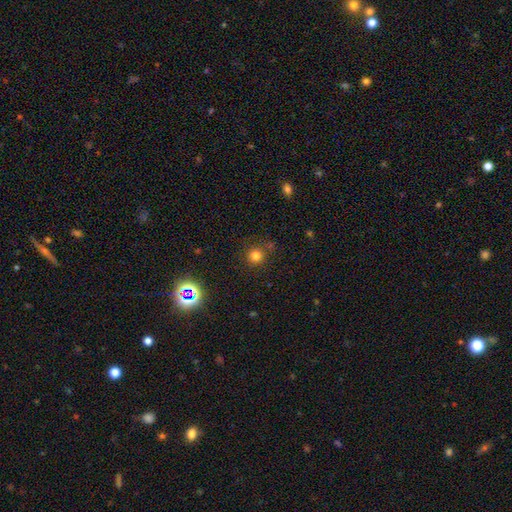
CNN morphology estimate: A smooth galaxy with no disk features (77%) that is round (93%).

Vote fractions:
- Smooth or featured? smooth: 77% / star or artifact: 18% / featured or disk: 6%
- How rounded? round: 93% / in between: 6% / cigar-shaped: 1%
- Merging? none: 81% / minor disturbance: 10% / merger: 5% / major disturbance: 4%